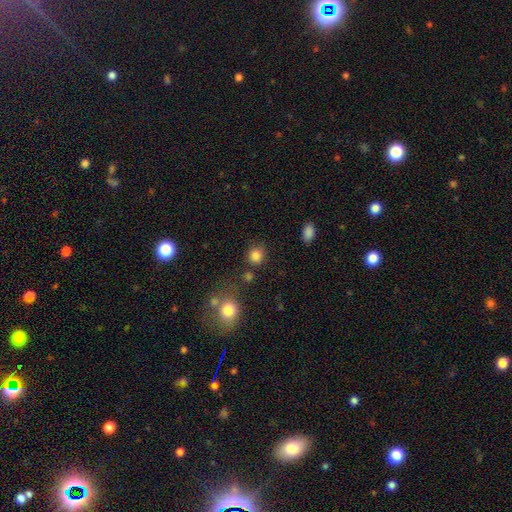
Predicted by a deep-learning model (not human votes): Smooth or featured? Predicted: smooth (p=0.84). How rounded? Predicted: round (p=0.87). Merging? Predicted: none (p=0.80).